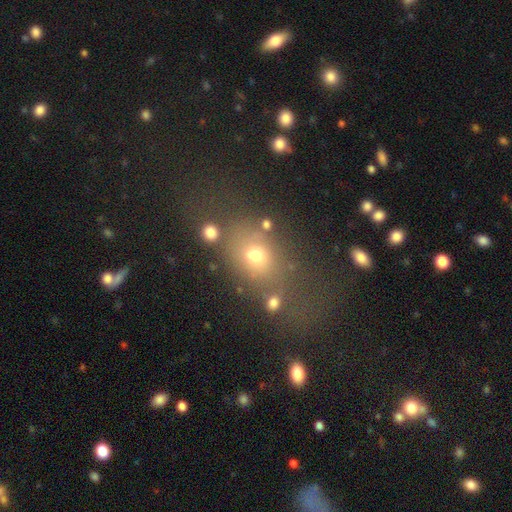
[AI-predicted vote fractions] smooth 65%, star or artifact 19%, featured or disk 16%. Down the decision tree: how rounded — in between (63%); merging — none (55%).